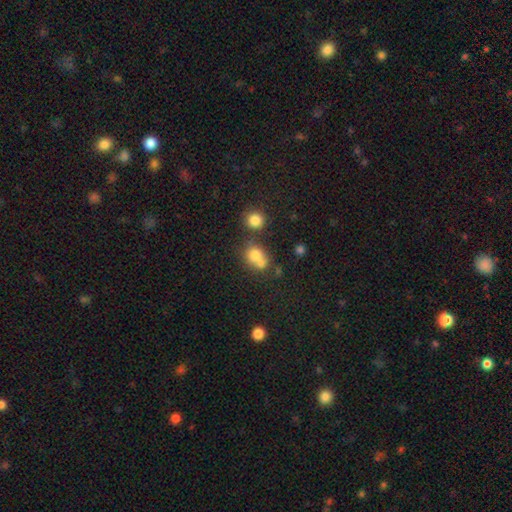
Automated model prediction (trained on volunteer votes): Overall: smooth (72%). How rounded: round (76%). Merging: merger (49%; none 40%).